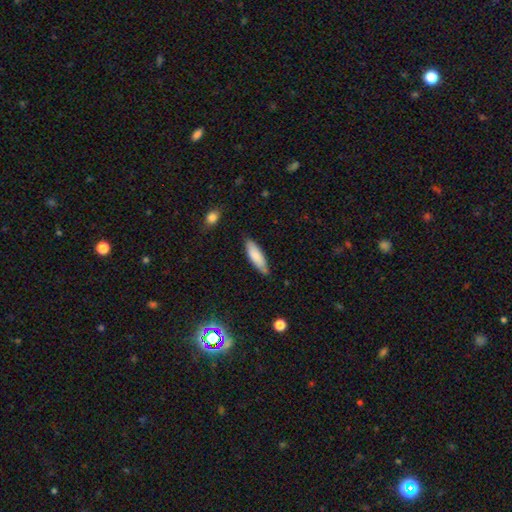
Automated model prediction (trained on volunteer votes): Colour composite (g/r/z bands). It shows a smooth galaxy with no disk features (82%) that is cigar-shaped (54%). Merging: none (78%).